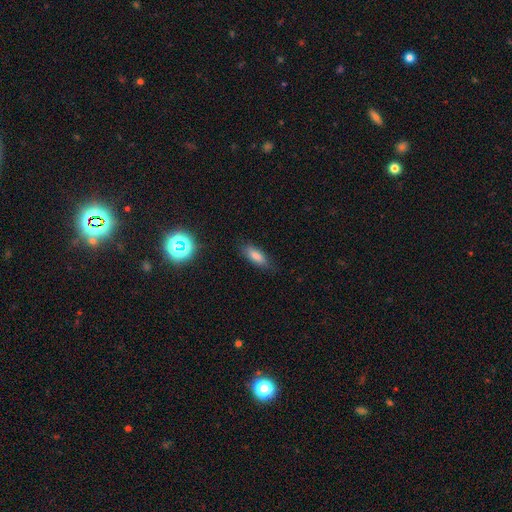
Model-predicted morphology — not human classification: This is likely a smooth galaxy (80%). How rounded: likely in between (70%). Merging: clearly none (82%).